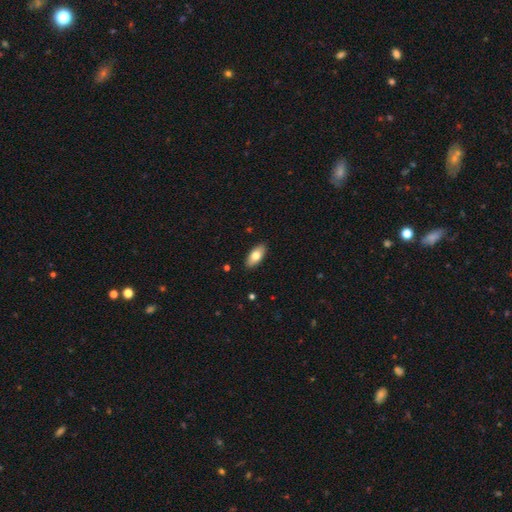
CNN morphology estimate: smooth 77%, featured or disk 17%, star or artifact 6%. Down the decision tree: how rounded — in between (90%); merging — none (90%).